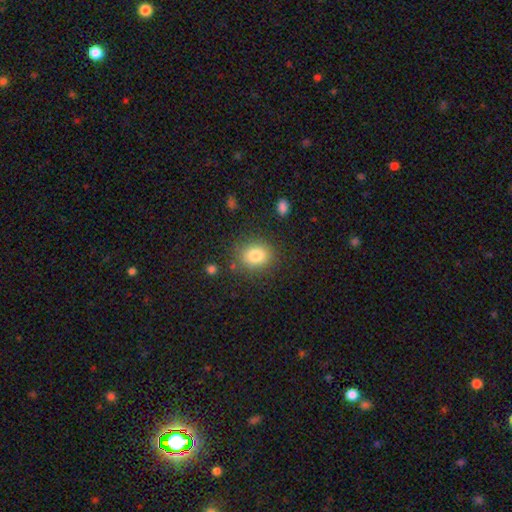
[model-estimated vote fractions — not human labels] A smooth galaxy with no disk features (82%) that is round (60%).

Vote fractions:
- Smooth or featured? smooth: 82% / star or artifact: 10% / featured or disk: 8%
- How rounded? round: 60% / in between: 39% / cigar-shaped: 1%
- Merging? none: 83% / minor disturbance: 11% / major disturbance: 4% / merger: 2%